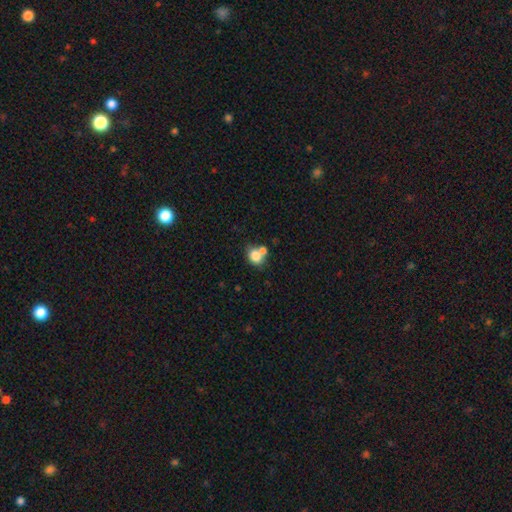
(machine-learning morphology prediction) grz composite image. It shows a smooth galaxy with no disk features (79%) that is in between round and cigar-shaped (51%). Merging: merger (43%).